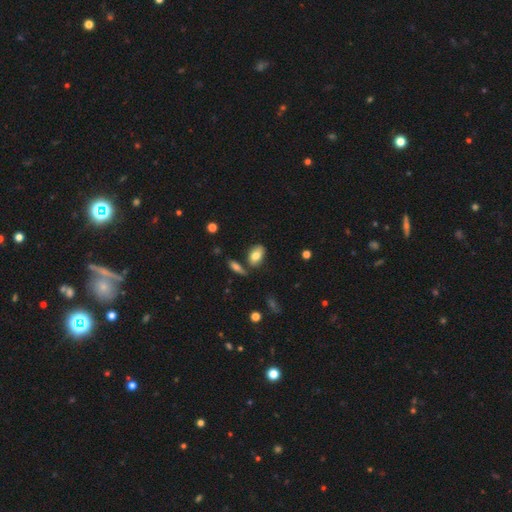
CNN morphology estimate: This appears to be a smooth galaxy with no disk features (78%) that is in between round and cigar-shaped (89%). Merging: none (69%).